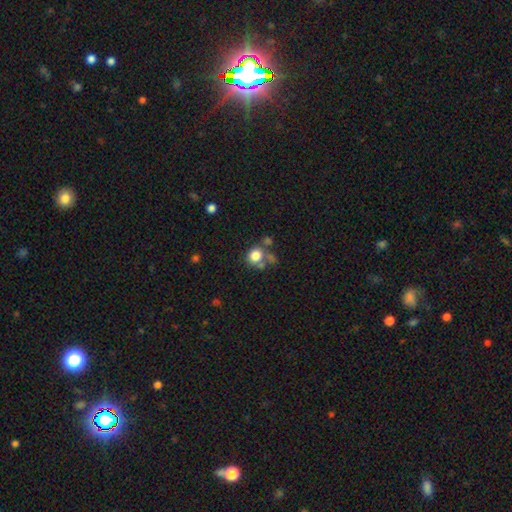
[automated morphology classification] A smooth galaxy with no disk features (79%) that is round (77%).

Vote fractions:
- Smooth or featured? smooth: 79% / star or artifact: 12% / featured or disk: 9%
- How rounded? round: 77% / in between: 22% / cigar-shaped: 1%
- Merging? none: 53% / merger: 25% / minor disturbance: 14% / major disturbance: 8%